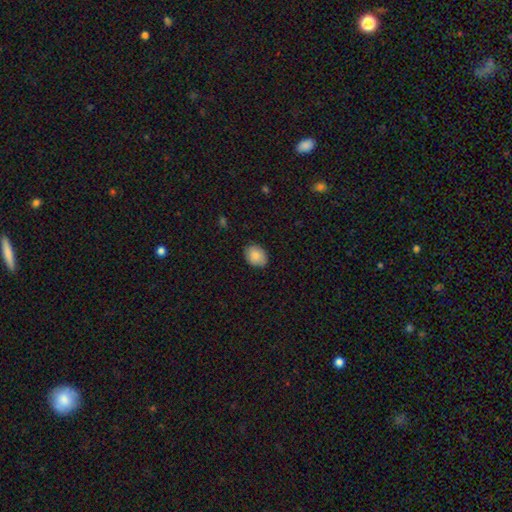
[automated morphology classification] Overall: smooth (85%). How rounded: in between (66%; round 33%). Merging: none (84%).